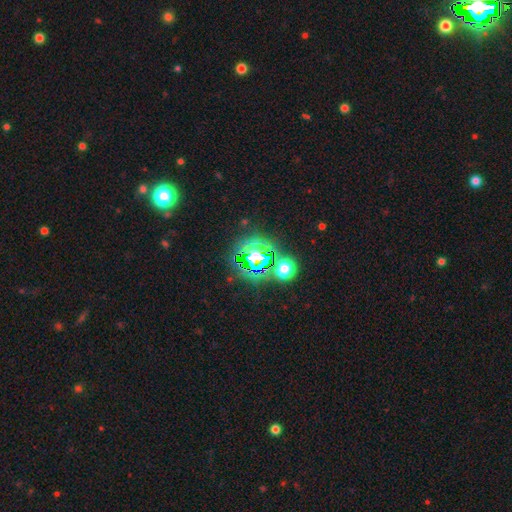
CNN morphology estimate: Smooth or featured: star or artifact — 71% (smooth — 19%)